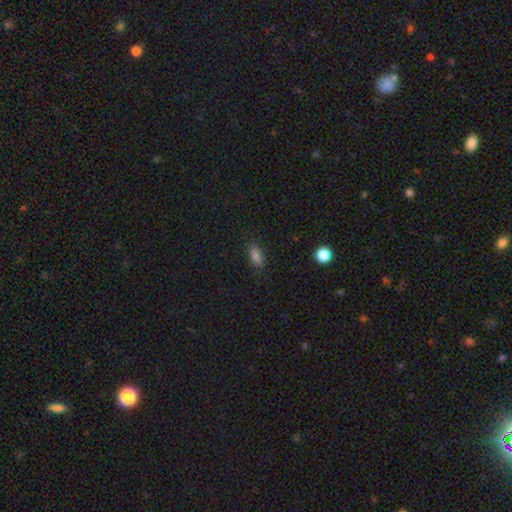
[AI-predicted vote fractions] This appears to be a smooth galaxy with no disk features (80%) that is in between round and cigar-shaped (81%). Merging: none (83%).